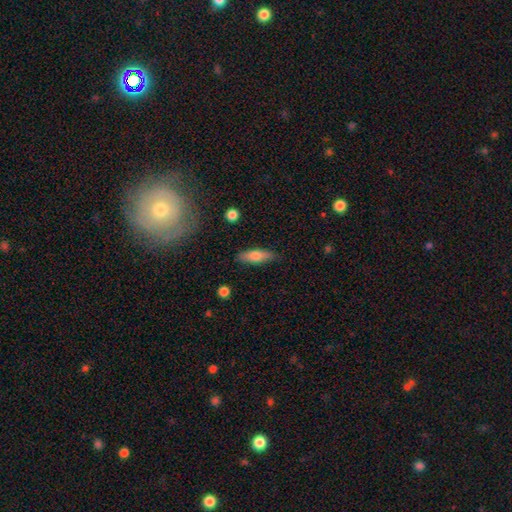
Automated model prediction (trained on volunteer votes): Smooth or featured?
  - smooth: 72% *
  - featured or disk: 21%
  - star or artifact: 6%
How rounded?
  - in between: 52% *
  - cigar-shaped: 45%
  - round: 2%
Merging?
  - none: 83% *
  - minor disturbance: 13%
  - major disturbance: 3%
  - merger: 2%